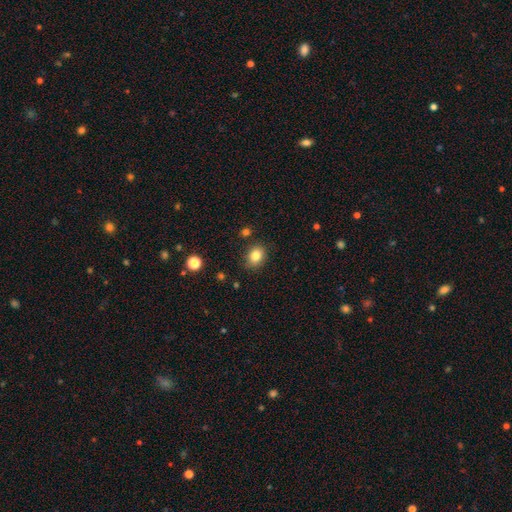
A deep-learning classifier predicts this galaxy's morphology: Q: Smooth or featured?
A: smooth (83%); runner-up: star or artifact (10%)
Q: How rounded?
A: round (55%); runner-up: in between (44%)
Q: Merging?
A: none (85%); runner-up: minor disturbance (10%)